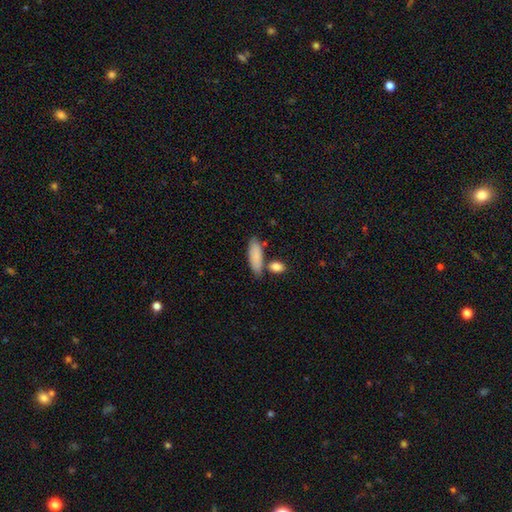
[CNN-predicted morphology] This appears to be a smooth galaxy with no disk features (86%) that is in between round and cigar-shaped (62%). Merging: none (67%).